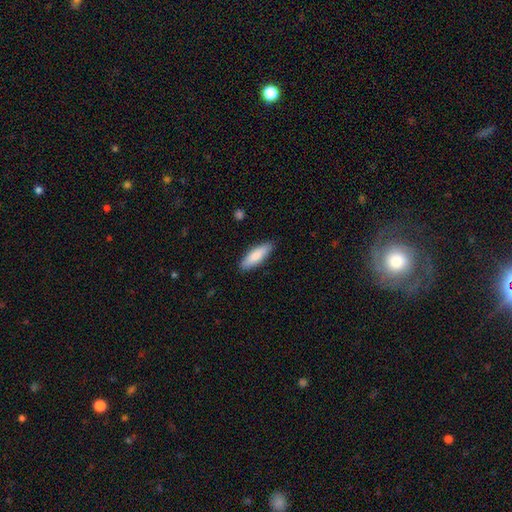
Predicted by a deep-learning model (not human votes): Morphology: type=smooth (82%); roundness=cigar-shaped (51%); merging=none (88%).